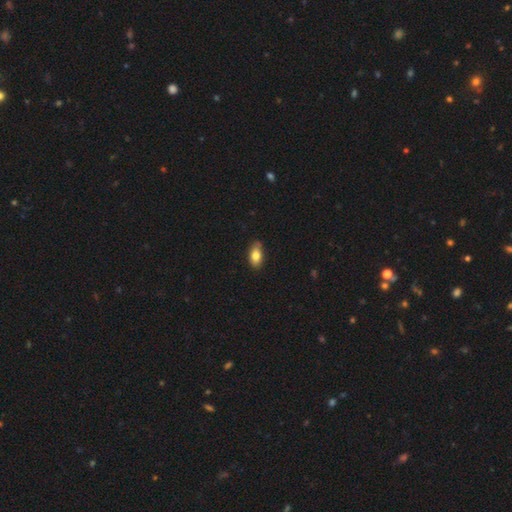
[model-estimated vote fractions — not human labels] smooth 80%, featured or disk 12%, star or artifact 8%. Down the decision tree: how rounded — in between (89%); merging — none (80%).